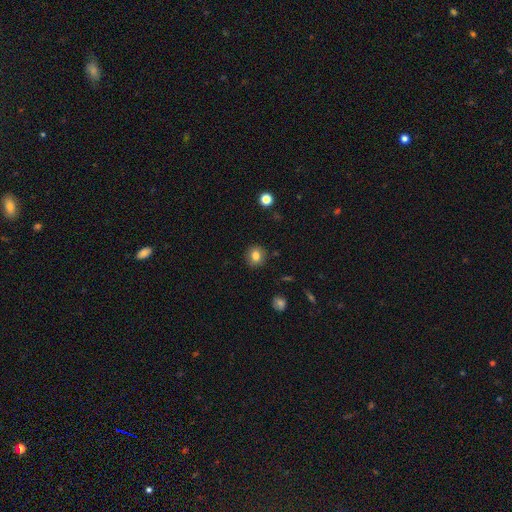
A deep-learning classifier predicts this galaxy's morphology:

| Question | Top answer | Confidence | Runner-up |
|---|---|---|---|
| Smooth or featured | smooth | 82% | star or artifact (10%) |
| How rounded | round | 83% | in between (16%) |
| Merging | none | 89% | minor disturbance (8%) |